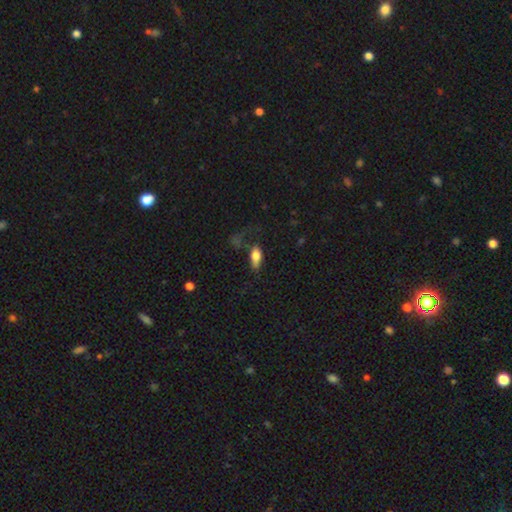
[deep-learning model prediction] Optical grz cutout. It shows a smooth galaxy with no disk features (78%) that is in between round and cigar-shaped (86%). Merging: none (43%).